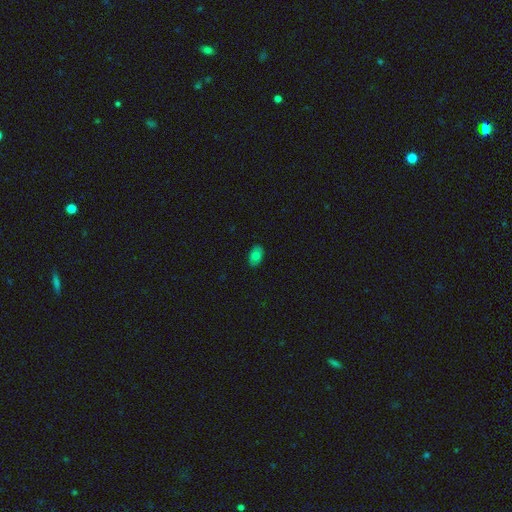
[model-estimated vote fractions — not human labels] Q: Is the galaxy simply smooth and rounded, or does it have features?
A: smooth — 77%.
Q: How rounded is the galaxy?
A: in between — 89%.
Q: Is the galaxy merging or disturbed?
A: none — 87%.